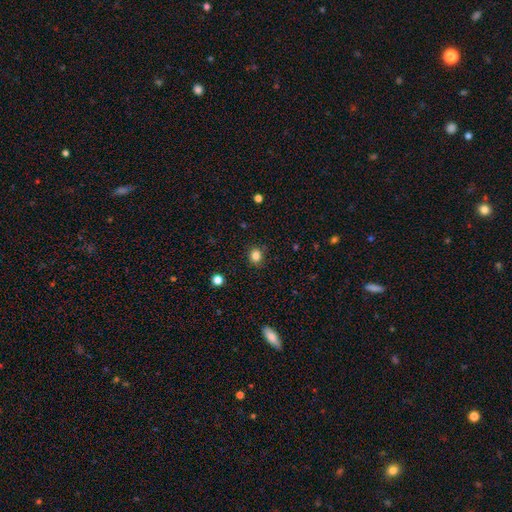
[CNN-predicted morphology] Smooth or featured: smooth — 83% (star or artifact — 12%)
How rounded: round — 80% (in between — 19%)
Merging: none — 87% (minor disturbance — 9%)